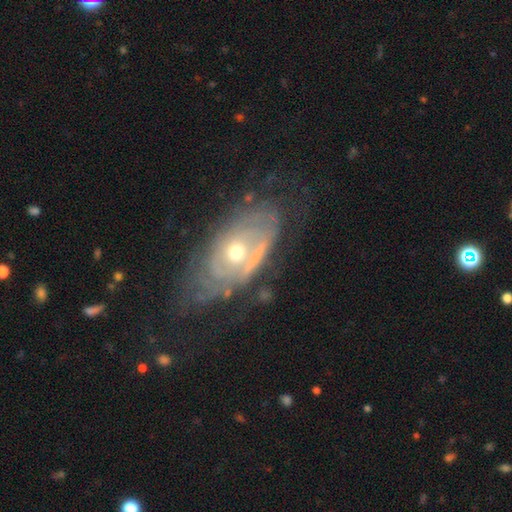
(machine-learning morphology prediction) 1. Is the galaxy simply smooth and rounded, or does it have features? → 77% featured or disk, 16% smooth, 7% star or artifact.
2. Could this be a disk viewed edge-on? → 89% no, 11% yes.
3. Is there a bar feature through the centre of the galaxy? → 79% no, 16% weak, 5% strong.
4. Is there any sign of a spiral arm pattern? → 69% yes, 31% no.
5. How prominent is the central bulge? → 63% moderate, 32% small, 4% large, 1% dominant, 1% none.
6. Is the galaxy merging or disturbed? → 55% none, 24% minor disturbance, 17% major disturbance, 3% merger.